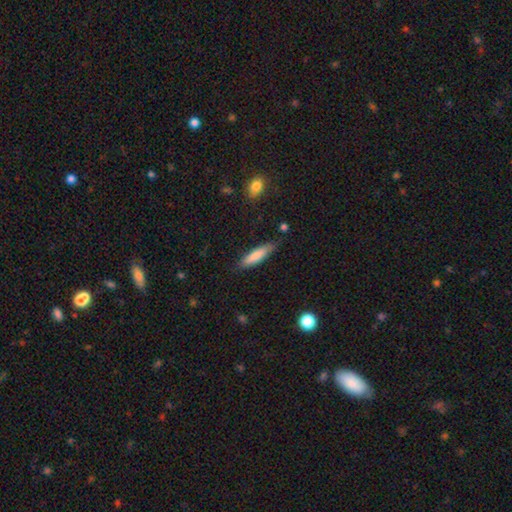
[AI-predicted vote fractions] Overall: smooth (79%). How rounded: cigar-shaped (75%). Merging: none (79%).